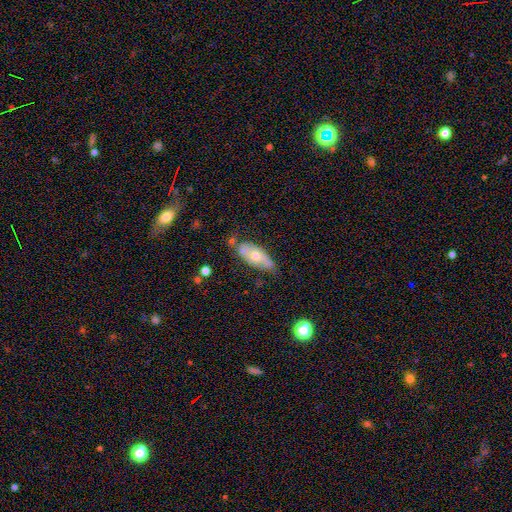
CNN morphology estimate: Smooth or featured? smooth (47%)
Merging? none (60%)